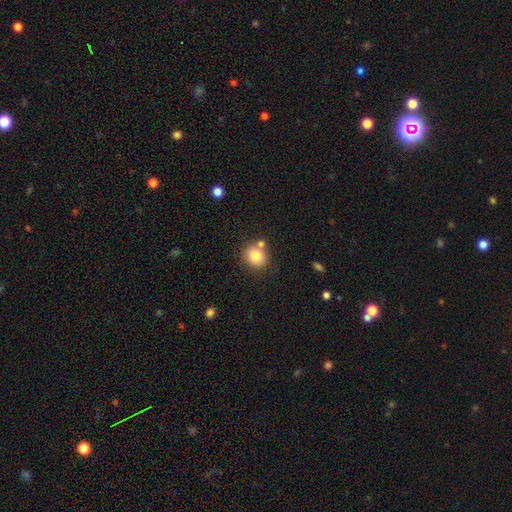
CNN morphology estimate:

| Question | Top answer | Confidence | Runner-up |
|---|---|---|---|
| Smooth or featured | smooth | 81% | star or artifact (10%) |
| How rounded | round | 79% | in between (20%) |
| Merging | none | 69% | merger (17%) |